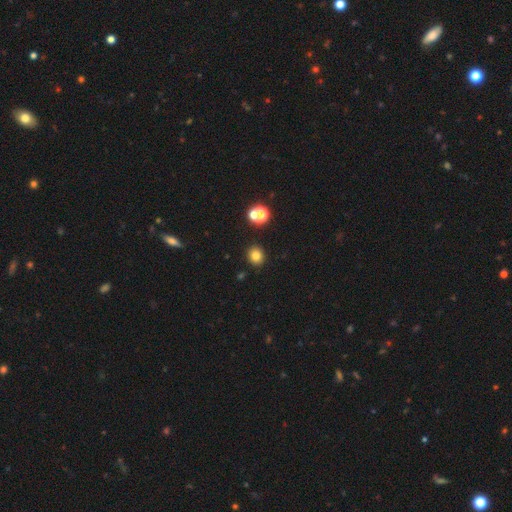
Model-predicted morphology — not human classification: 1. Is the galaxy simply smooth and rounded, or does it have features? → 79% smooth, 14% star or artifact, 7% featured or disk.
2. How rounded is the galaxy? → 80% round, 19% in between, 1% cigar-shaped.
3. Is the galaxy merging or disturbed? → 88% none, 6% minor disturbance, 3% merger, 2% major disturbance.